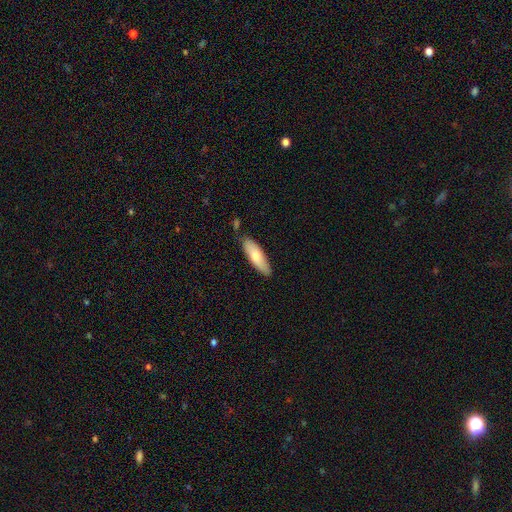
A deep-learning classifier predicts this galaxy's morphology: Overall: smooth (73%). How rounded: in between (51%; cigar-shaped 47%). Merging: none (77%).